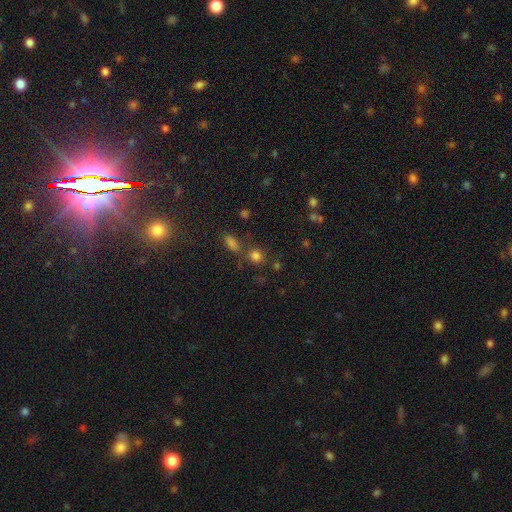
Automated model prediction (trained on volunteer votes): This appears to be a smooth galaxy with no disk features (78%) that is round (80%). Merging: none (69%).